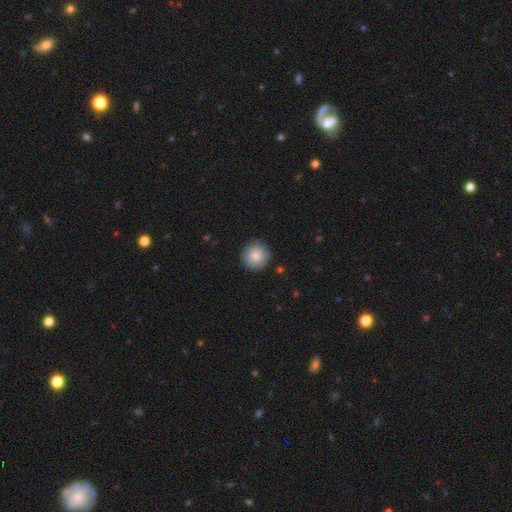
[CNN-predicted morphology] Smooth or featured: smooth — 85% (featured or disk — 8%)
How rounded: round — 95% (in between — 4%)
Merging: none — 90% (minor disturbance — 7%)